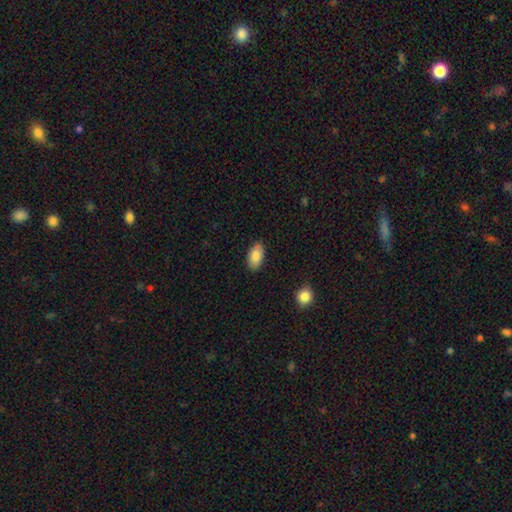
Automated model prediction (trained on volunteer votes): Q: Smooth or featured?
A: smooth (86%); runner-up: featured or disk (8%)
Q: How rounded?
A: in between (94%); runner-up: round (4%)
Q: Merging?
A: none (86%); runner-up: minor disturbance (11%)